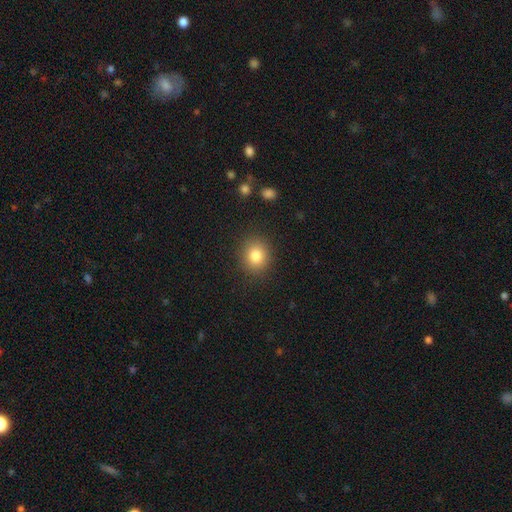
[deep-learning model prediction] Overall: smooth (82%). How rounded: round (79%). Merging: none (89%).